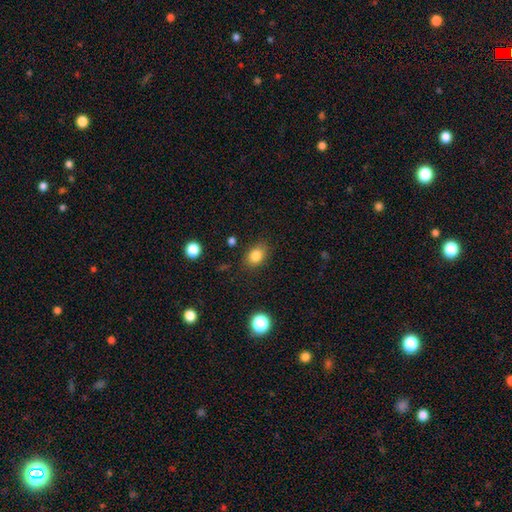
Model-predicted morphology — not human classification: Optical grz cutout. It shows a smooth galaxy with no disk features (82%) that is in between round and cigar-shaped (63%). Merging: none (83%).